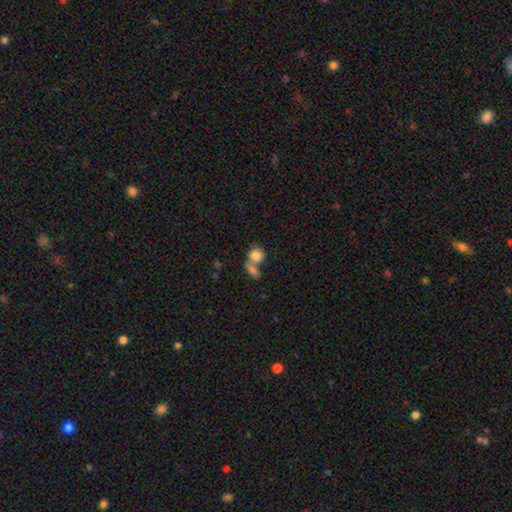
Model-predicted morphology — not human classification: A smooth galaxy with no disk features (82%) that is round (72%).

Vote fractions:
- Smooth or featured? smooth: 82% / featured or disk: 10% / star or artifact: 8%
- How rounded? round: 72% / in between: 26% / cigar-shaped: 2%
- Merging? merger: 52% / none: 34% / minor disturbance: 8% / major disturbance: 6%